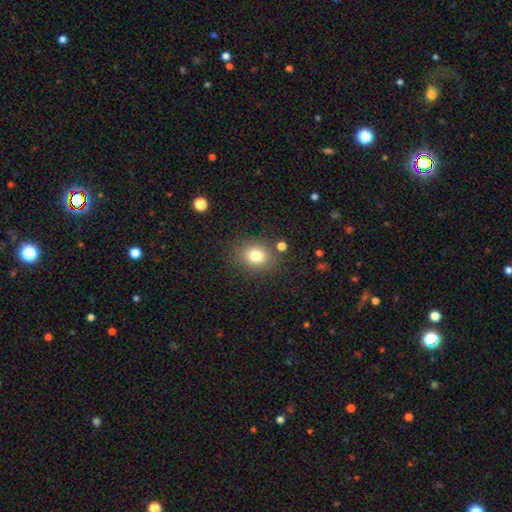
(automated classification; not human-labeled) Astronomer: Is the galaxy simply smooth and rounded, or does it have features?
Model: smooth — 79%.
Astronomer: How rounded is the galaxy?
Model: round — 67%.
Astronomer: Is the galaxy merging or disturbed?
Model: none — 81%.